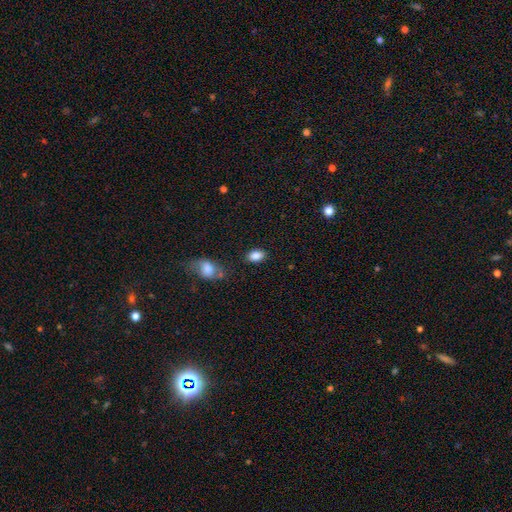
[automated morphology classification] Q: Smooth or featured?
A: smooth (86%); runner-up: star or artifact (8%)
Q: How rounded?
A: in between (83%); runner-up: round (15%)
Q: Merging?
A: none (83%); runner-up: minor disturbance (11%)